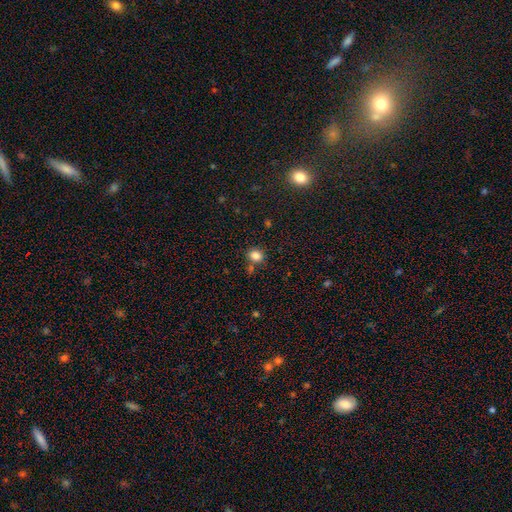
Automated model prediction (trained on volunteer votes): Morphology: type=smooth (83%); roundness=round (70%); merging=none (76%).